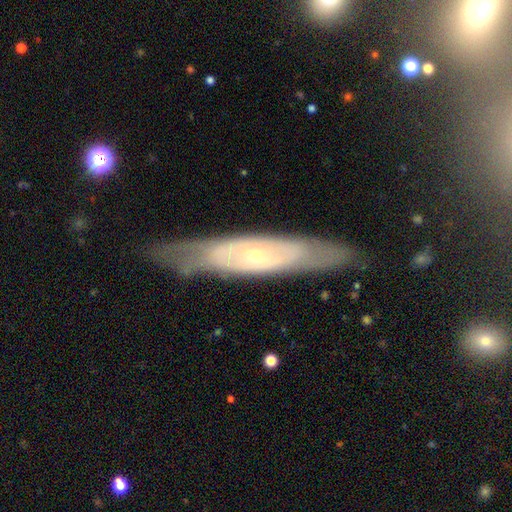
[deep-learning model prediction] Smooth or featured? Predicted: featured or disk (p=0.71). Edge-on disk? Predicted: no (p=0.60). Merging? Predicted: none (p=0.77).